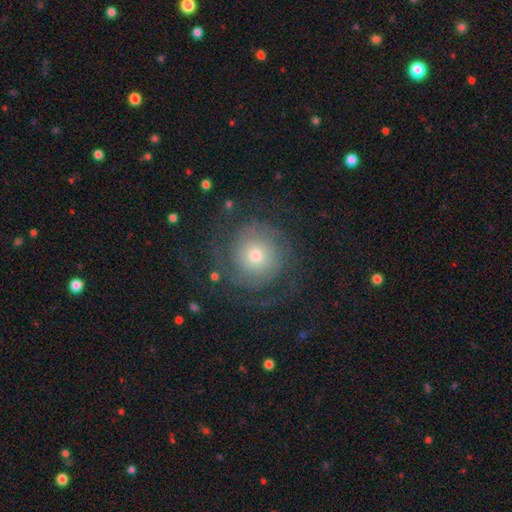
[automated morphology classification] smooth-or-featured: featured or disk: 72% | smooth: 19% | star or artifact: 8%
  disk-edge-on: no: 98% | yes: 2%
    bar: no: 78% | weak: 18% | strong: 4%
    has-spiral-arms: yes: 92% | no: 8%
      spiral-winding: tight: 56% | medium: 31% | loose: 13%
      spiral-arm-count: 2: 53% | can't tell: 21% | 3: 10% | 1: 6% | 4: 5% | more than 4: 4%
    bulge-size: moderate: 45% | small: 44% | large: 7% | dominant: 2% | none: 1%
  merging: none: 73% | major disturbance: 14% | minor disturbance: 12% | merger: 1%